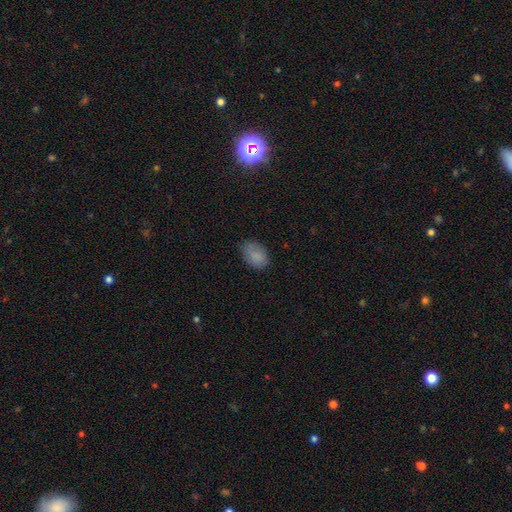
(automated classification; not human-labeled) Q: Smooth or featured?
A: smooth (85%); runner-up: star or artifact (9%)
Q: How rounded?
A: in between (85%); runner-up: round (14%)
Q: Merging?
A: none (68%); runner-up: minor disturbance (25%)